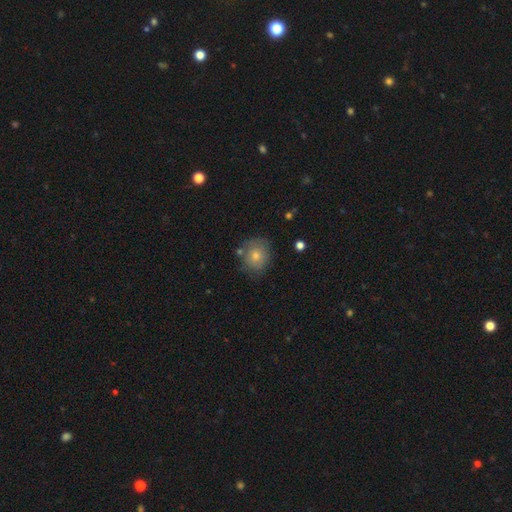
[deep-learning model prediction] Morphology: type=smooth (63%); roundness=round (80%); merging=none (75%).